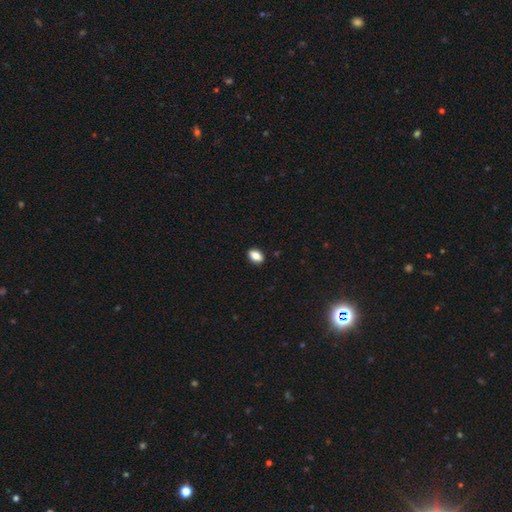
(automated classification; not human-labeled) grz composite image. It shows a smooth galaxy with no disk features (83%) that is in between round and cigar-shaped (86%). Merging: none (90%).